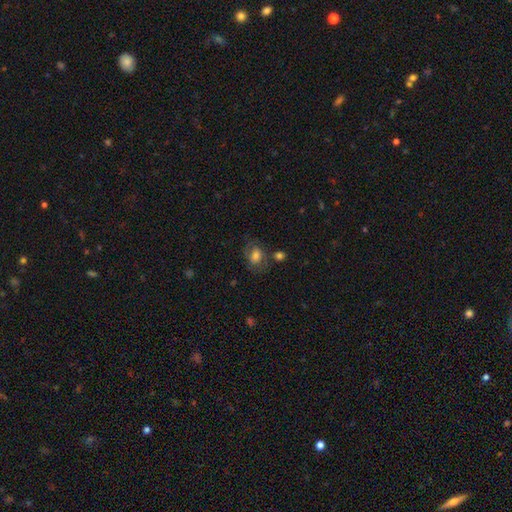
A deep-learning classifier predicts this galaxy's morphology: A smooth galaxy with no disk features (61%) that is in between round and cigar-shaped (65%). Merging: none (59%).